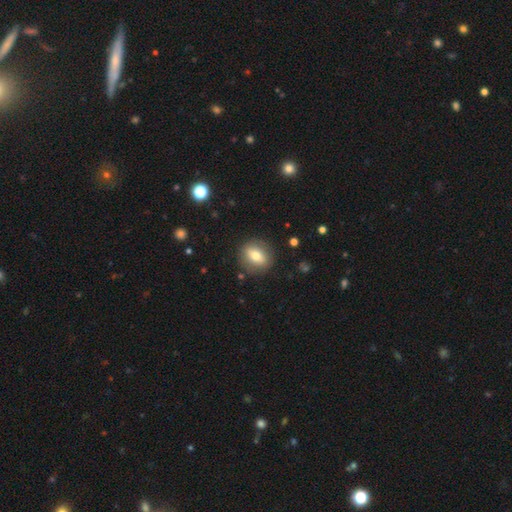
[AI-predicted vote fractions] This appears to be a smooth galaxy with no disk features (65%) that is round (55%). Merging: none (85%).